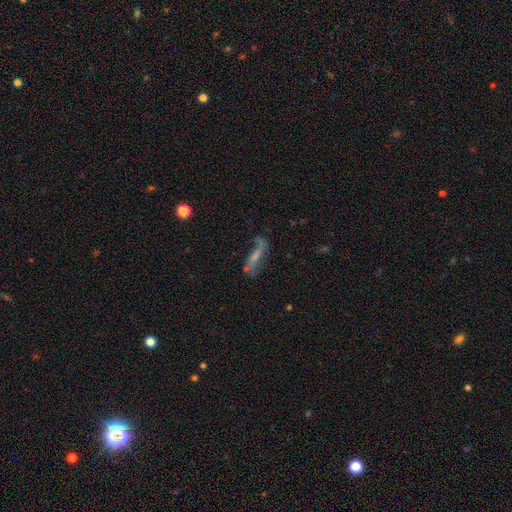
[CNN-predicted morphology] Smooth or featured? Predicted: featured or disk (p=0.56). Edge-on disk? Predicted: no (p=0.70). Merging? Predicted: none (p=0.49).